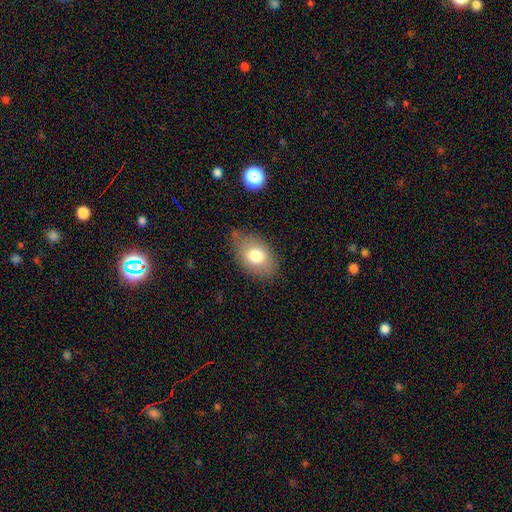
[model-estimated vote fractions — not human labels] Q: Smooth or featured?
A: smooth (76%); runner-up: featured or disk (16%)
Q: How rounded?
A: in between (86%); runner-up: round (13%)
Q: Merging?
A: none (73%); runner-up: minor disturbance (20%)